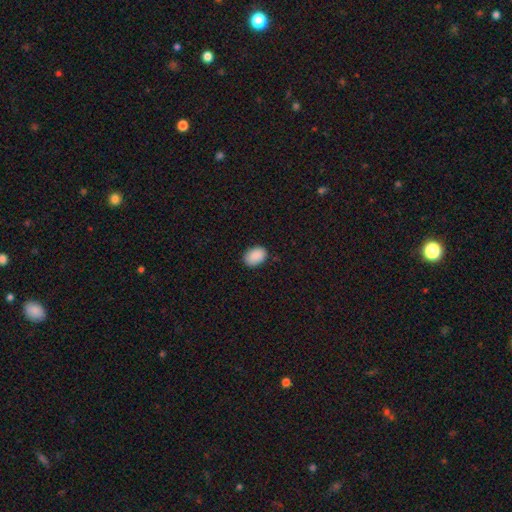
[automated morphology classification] Smooth or featured? Predicted: smooth (p=0.90). How rounded? Predicted: in between (p=0.79). Merging? Predicted: none (p=0.84).